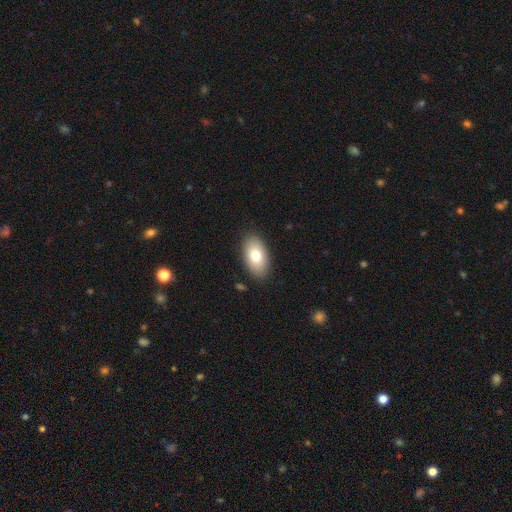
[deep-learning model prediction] Smooth or featured? Predicted: smooth (p=0.77). How rounded? Predicted: in between (p=0.93). Merging? Predicted: none (p=0.87).